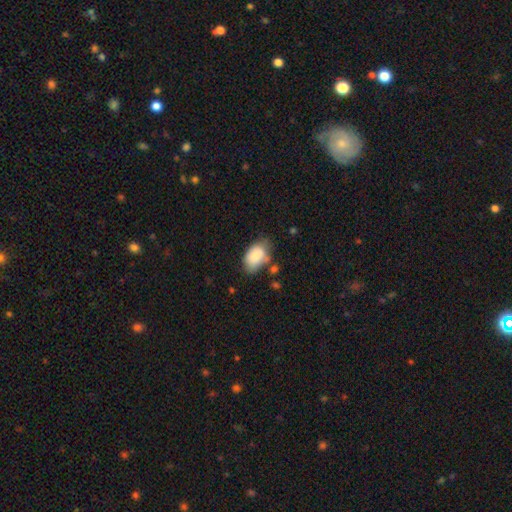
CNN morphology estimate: type=smooth (82%); roundness=in between (87%); merging=none (51%).